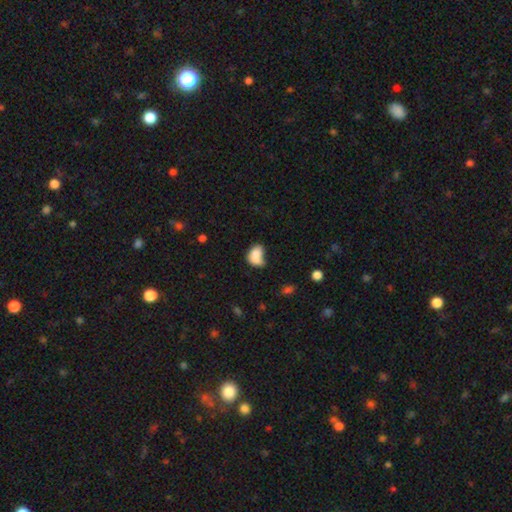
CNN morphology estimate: Smooth or featured? smooth (75%)
How rounded? in between (75%)
Merging? merger (40%)